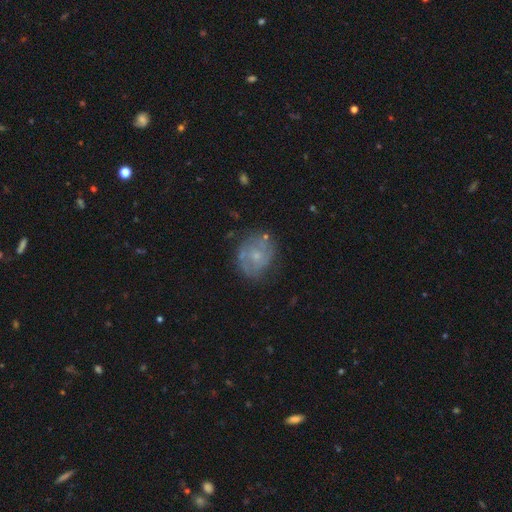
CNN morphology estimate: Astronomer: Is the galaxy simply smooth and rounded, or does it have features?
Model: featured or disk — 64%.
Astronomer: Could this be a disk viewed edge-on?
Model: no — 98%.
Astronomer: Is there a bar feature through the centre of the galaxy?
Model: no — 77%.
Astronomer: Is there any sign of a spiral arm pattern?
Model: yes — 71%.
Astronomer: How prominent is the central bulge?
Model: small — 69%.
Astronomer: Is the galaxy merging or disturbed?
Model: none — 68%.